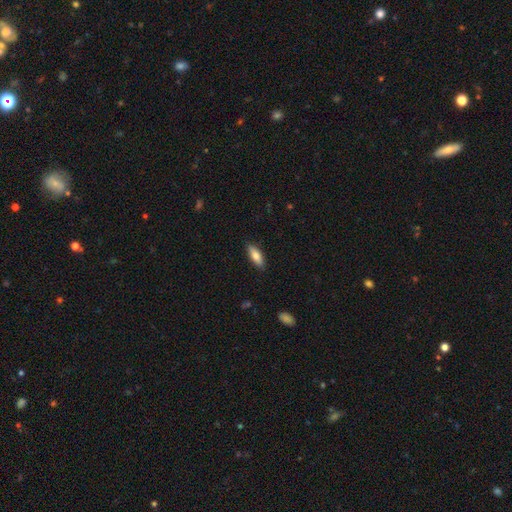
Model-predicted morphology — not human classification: This appears to be a smooth galaxy with no disk features (78%) that is in between round and cigar-shaped (62%). Merging: none (88%).